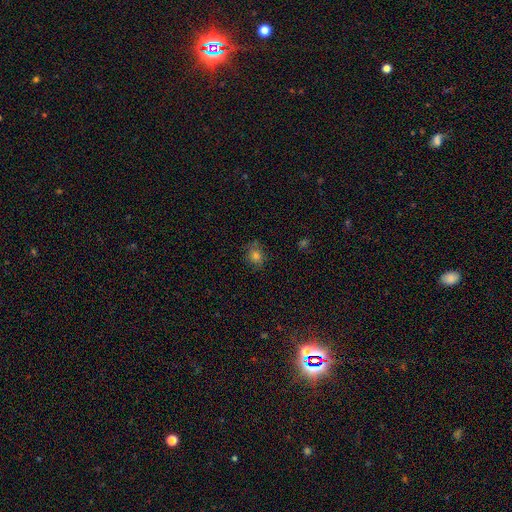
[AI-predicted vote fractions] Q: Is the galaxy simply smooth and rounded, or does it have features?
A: smooth — 73%.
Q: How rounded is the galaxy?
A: round — 61%.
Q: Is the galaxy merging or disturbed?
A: none — 75%.